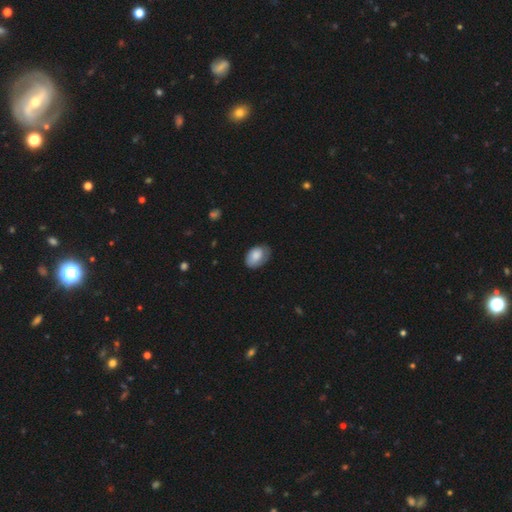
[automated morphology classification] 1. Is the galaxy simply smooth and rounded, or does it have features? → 80% smooth, 13% featured or disk, 6% star or artifact.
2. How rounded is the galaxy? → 88% in between, 11% round, 1% cigar-shaped.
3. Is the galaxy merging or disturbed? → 66% none, 26% minor disturbance, 6% major disturbance, 1% merger.